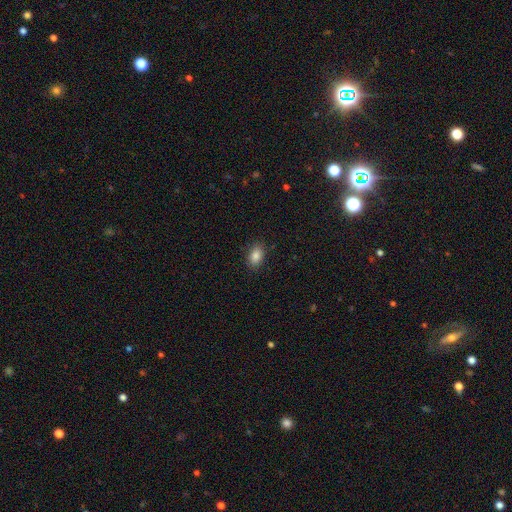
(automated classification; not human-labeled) Morphology: type=smooth (86%); roundness=in between (88%); merging=none (87%).